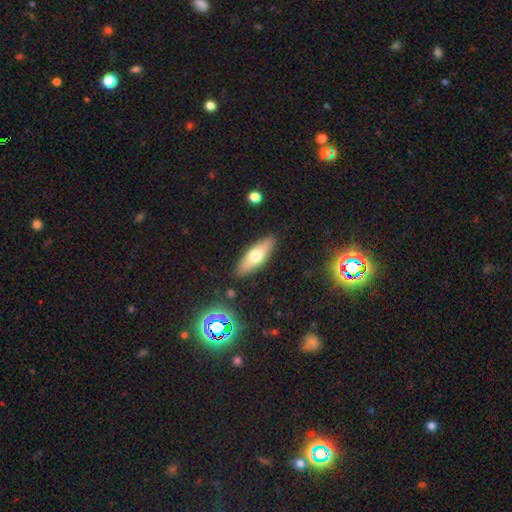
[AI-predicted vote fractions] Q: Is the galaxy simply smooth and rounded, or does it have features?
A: smooth — 61%.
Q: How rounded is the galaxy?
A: in between — 59%.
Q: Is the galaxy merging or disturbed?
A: none — 88%.